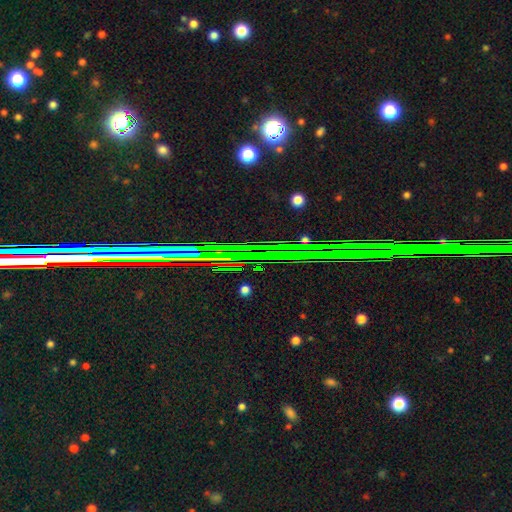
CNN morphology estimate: The model was most divided on "smooth or featured": star or artifact: 81%, featured or disk: 10%, smooth: 9%.